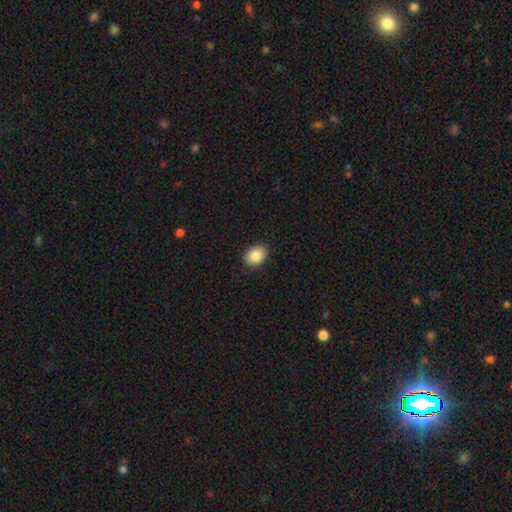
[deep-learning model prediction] A smooth galaxy with no disk features (86%) that is in between round and cigar-shaped (66%). Merging: none (90%).